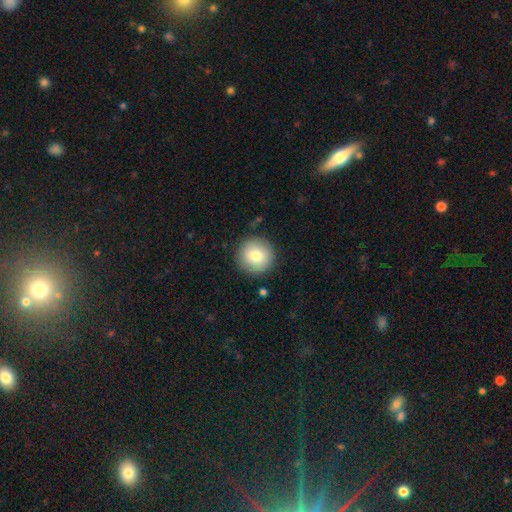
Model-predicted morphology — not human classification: A smooth galaxy with no disk features (80%) that is round (96%).

Vote fractions:
- Smooth or featured? smooth: 80% / featured or disk: 12% / star or artifact: 8%
- How rounded? round: 96% / in between: 3% / cigar-shaped: 1%
- Merging? none: 90% / minor disturbance: 7% / major disturbance: 2% / merger: 1%